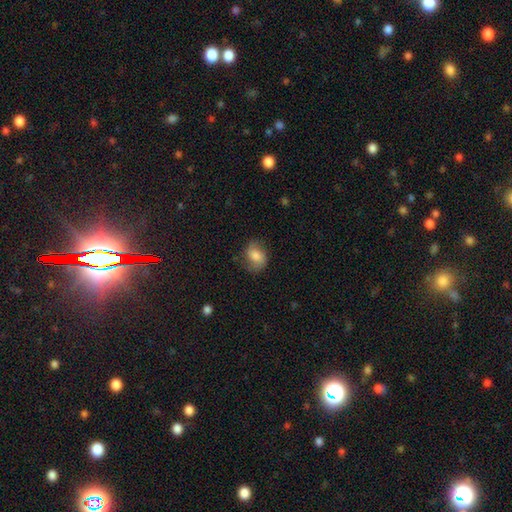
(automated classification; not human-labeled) Smooth or featured? Predicted: smooth (p=0.69). How rounded? Predicted: in between (p=0.58). Merging? Predicted: none (p=0.67).